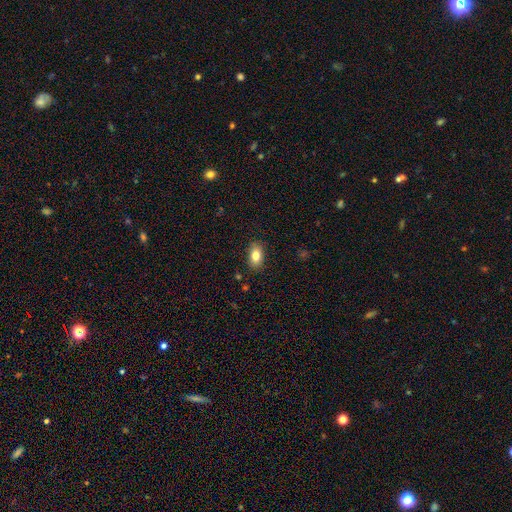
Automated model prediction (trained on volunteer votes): Morphology: type=smooth (82%); roundness=in between (89%); merging=none (87%).